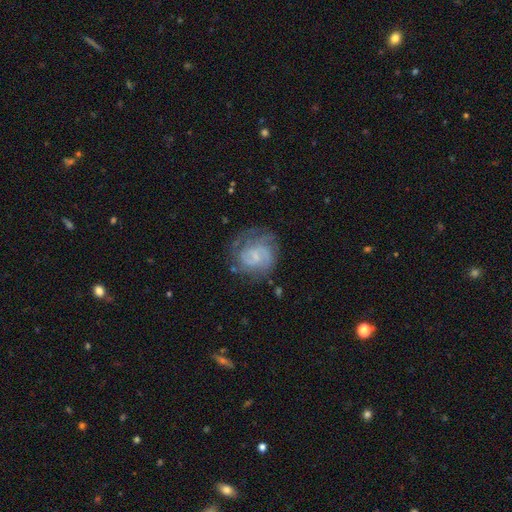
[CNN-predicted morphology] featured or disk 77%, smooth 16%, star or artifact 7%. Down the decision tree: edge-on disk — no (98%); bar — no (48%); spiral arms — yes (92%); spiral arm count — 2 (42%); spiral winding — tight (51%); bulge size — small (53%); merging — none (64%).